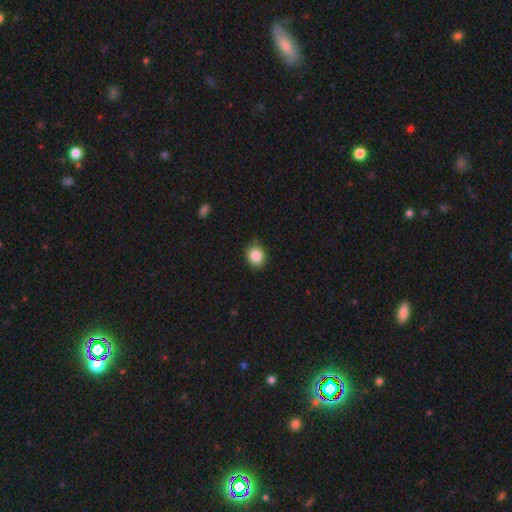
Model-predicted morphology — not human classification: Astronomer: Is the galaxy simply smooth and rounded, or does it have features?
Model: smooth — 87%.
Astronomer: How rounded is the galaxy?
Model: round — 66%.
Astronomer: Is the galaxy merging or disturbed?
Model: none — 84%.